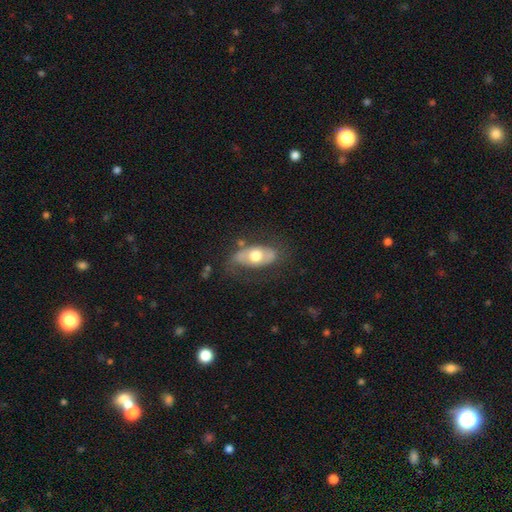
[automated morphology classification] A smooth galaxy with no disk features (49%). Merging: none (65%).